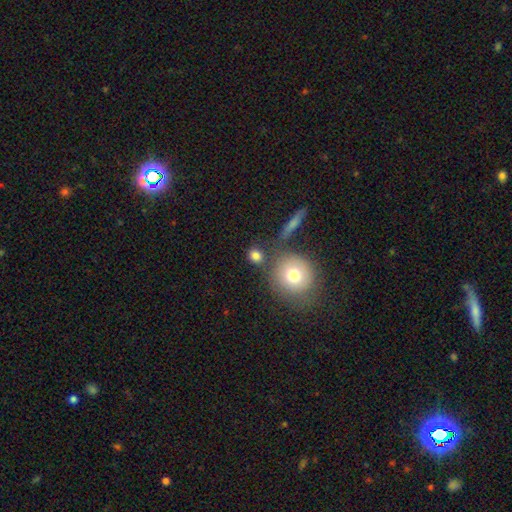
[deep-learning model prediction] The model was most divided on "how rounded": round: 78%, in between: 19%, cigar-shaped: 3%. More confident: smooth or featured — smooth (80%); merging — none (73%).